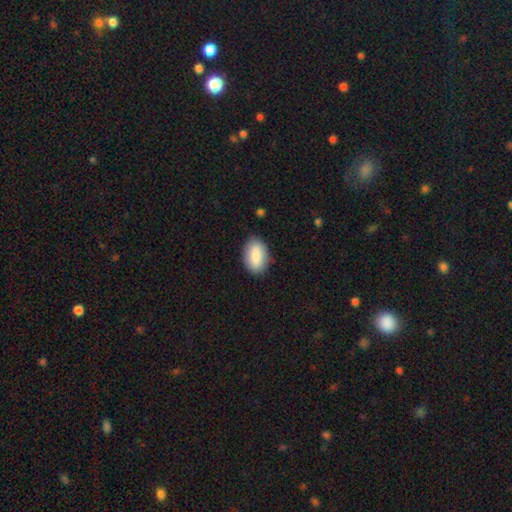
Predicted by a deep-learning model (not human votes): This appears to be a smooth galaxy with no disk features (87%) that is in between round and cigar-shaped (92%). Merging: none (84%).